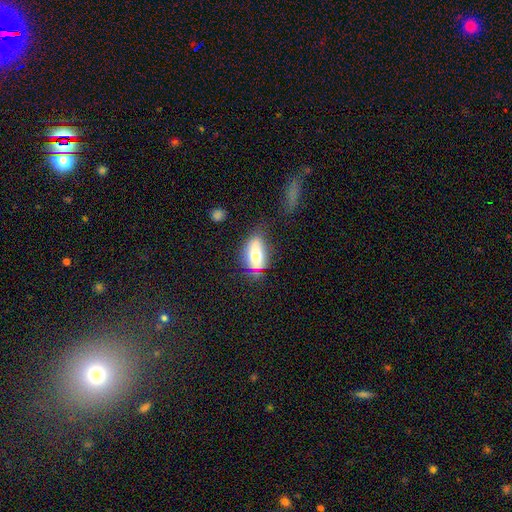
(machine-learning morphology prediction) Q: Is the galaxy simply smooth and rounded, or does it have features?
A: smooth — 71%.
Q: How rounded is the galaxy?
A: in between — 88%.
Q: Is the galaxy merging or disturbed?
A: none — 52%.